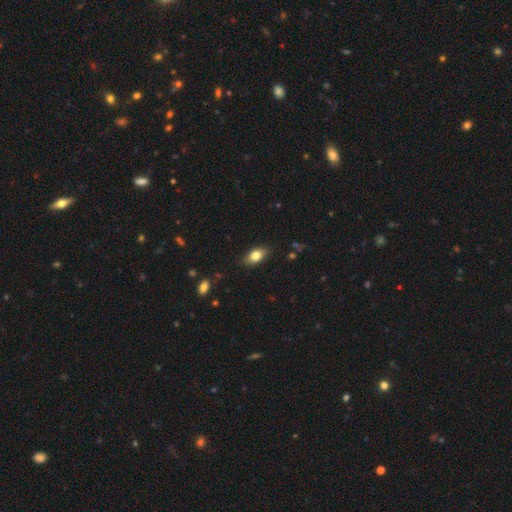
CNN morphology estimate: type=smooth (76%); roundness=in between (86%); merging=none (84%).